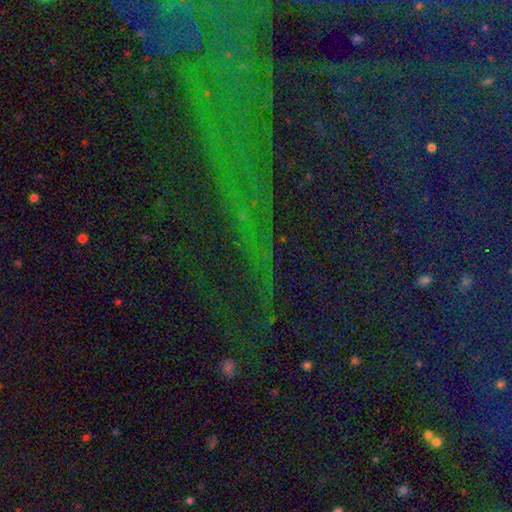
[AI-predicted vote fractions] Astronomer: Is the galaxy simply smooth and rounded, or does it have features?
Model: star or artifact — 77%.